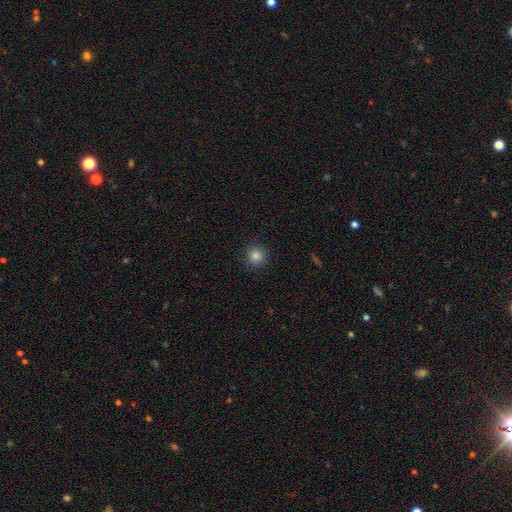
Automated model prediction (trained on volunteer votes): Q: Smooth or featured?
A: smooth (83%); runner-up: star or artifact (12%)
Q: How rounded?
A: round (94%); runner-up: in between (5%)
Q: Merging?
A: none (91%); runner-up: minor disturbance (6%)